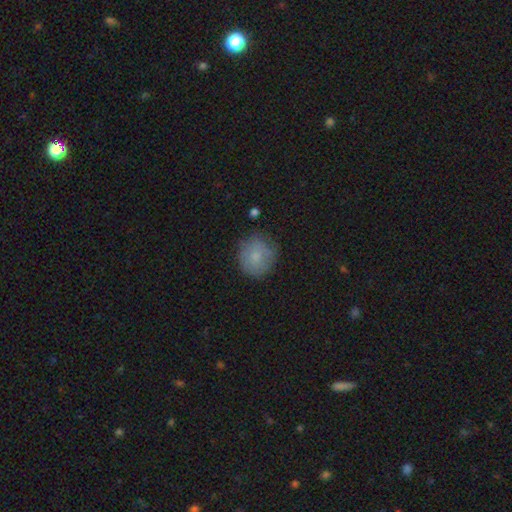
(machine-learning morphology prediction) Overall: smooth (76%). How rounded: round (83%). Merging: none (71%).